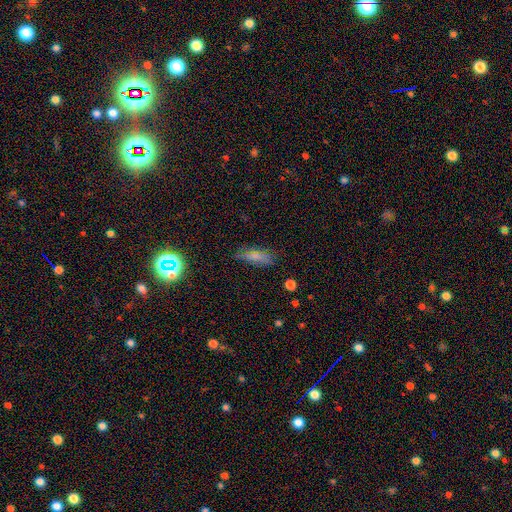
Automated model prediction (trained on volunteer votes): This appears to be a smooth galaxy with no disk features (68%) that is in between round and cigar-shaped (65%). Merging: none (75%).